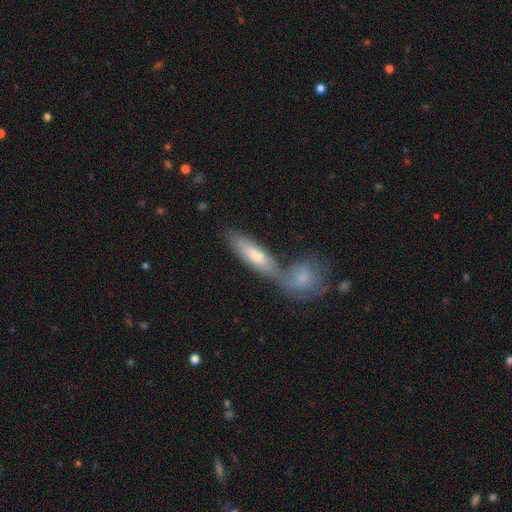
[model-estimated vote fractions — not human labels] Smooth or featured? smooth (68%)
How rounded? cigar-shaped (56%)
Merging? merger (42%, tied with none)